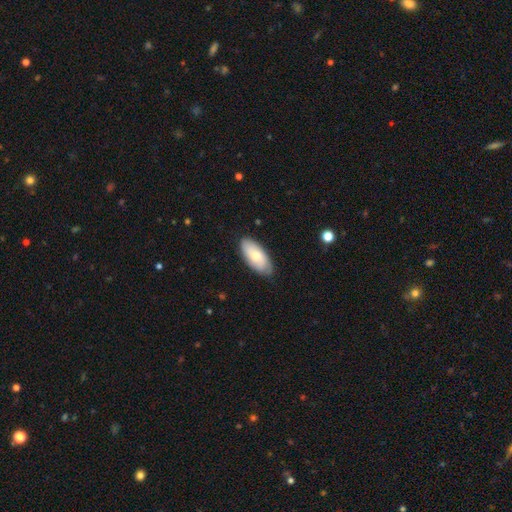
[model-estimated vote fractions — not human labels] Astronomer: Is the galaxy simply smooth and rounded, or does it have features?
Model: smooth — 70%.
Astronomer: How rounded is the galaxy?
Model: in between — 90%.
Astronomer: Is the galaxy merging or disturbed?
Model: none — 79%.